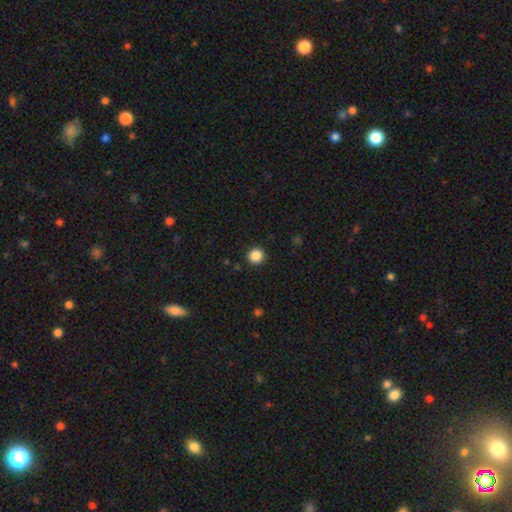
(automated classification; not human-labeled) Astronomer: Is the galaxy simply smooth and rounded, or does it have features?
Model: smooth — 86%.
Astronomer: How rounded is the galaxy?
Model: round — 93%.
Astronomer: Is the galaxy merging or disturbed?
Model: none — 92%.